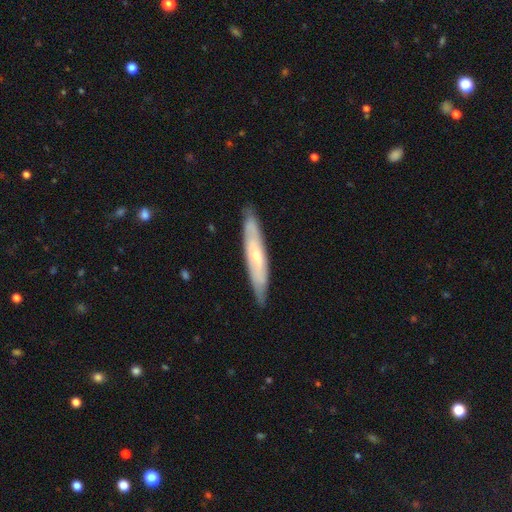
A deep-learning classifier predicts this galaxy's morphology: Smooth or featured: featured or disk — 58% (smooth — 37%)
Edge-on disk: yes — 62% (no — 38%)
Merging: none — 85% (minor disturbance — 12%)